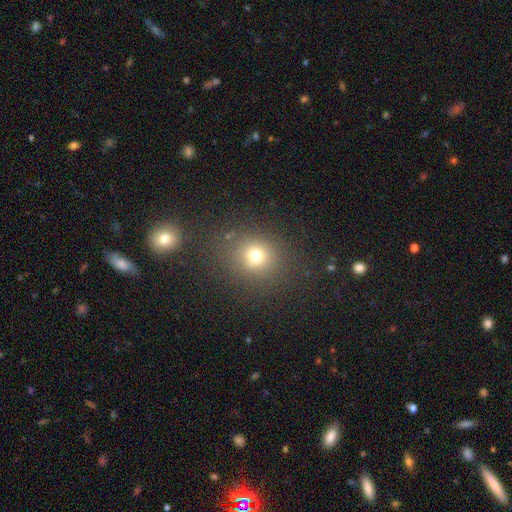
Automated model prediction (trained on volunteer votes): A smooth galaxy with no disk features (71%) that is round (79%). Merging: none (79%).